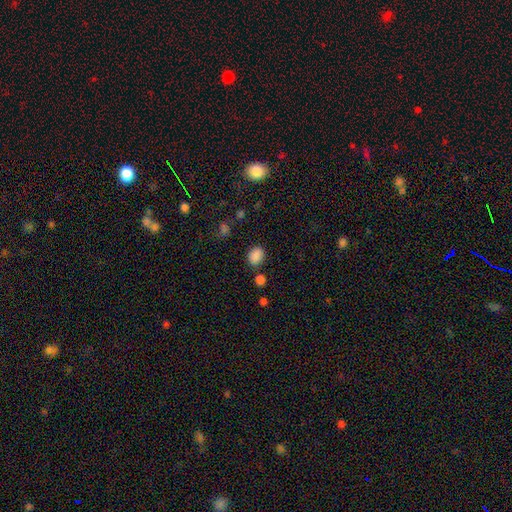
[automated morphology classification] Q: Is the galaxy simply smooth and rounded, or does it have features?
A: smooth — 85%.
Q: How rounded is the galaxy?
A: in between — 63%.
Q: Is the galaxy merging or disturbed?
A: none — 78%.